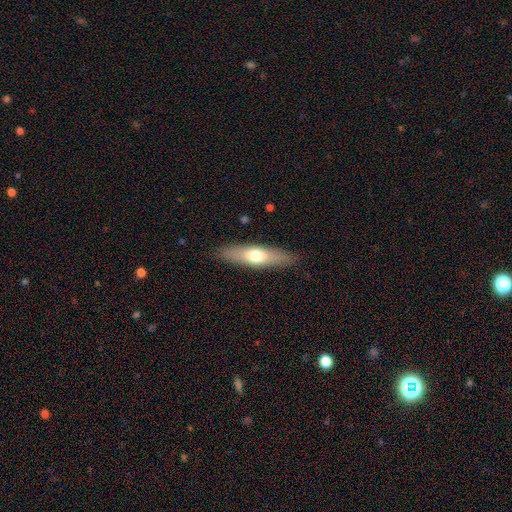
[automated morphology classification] type=smooth (60%); roundness=cigar-shaped (63%); merging=none (88%).